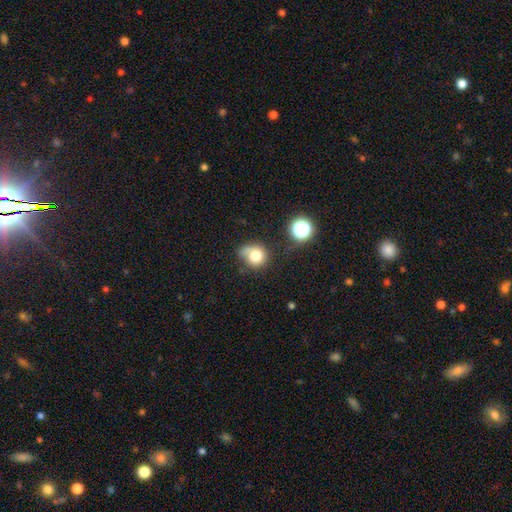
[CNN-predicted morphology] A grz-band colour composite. It shows a smooth galaxy with no disk features (75%) that is round (79%). Merging: none (49%).